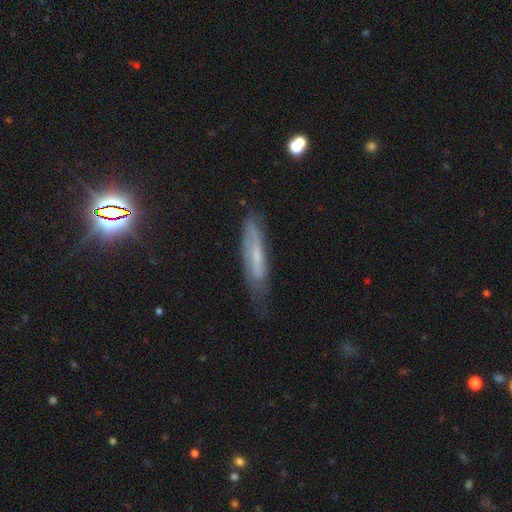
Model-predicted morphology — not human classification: Smooth or featured?
  - featured or disk: 60% *
  - smooth: 29%
  - star or artifact: 11%
Edge-on disk?
  - no: 54% *
  - yes: 46%
Merging?
  - none: 64% *
  - minor disturbance: 26%
  - major disturbance: 8%
  - merger: 2%